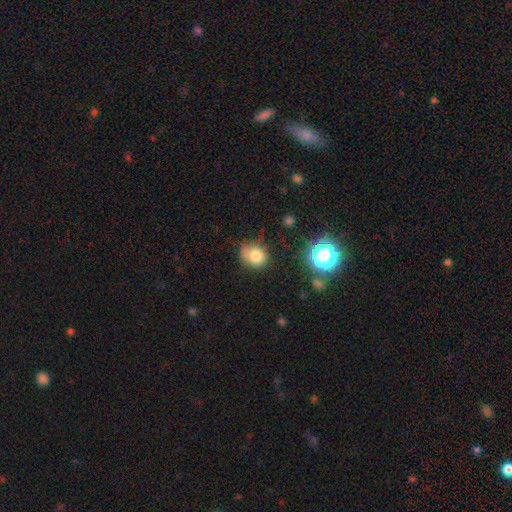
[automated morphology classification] smooth 78%, star or artifact 13%, featured or disk 9%. Down the decision tree: how rounded — round (69%); merging — none (59%).